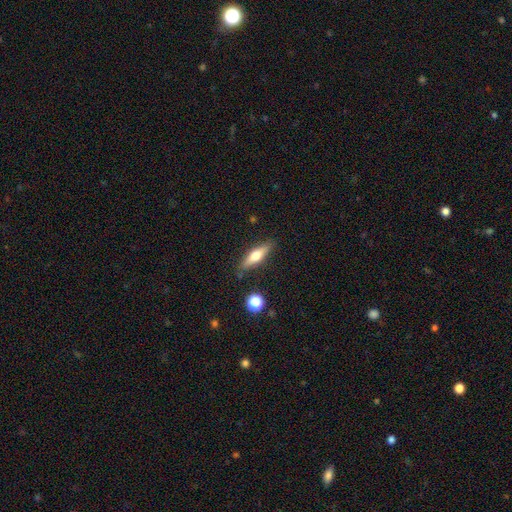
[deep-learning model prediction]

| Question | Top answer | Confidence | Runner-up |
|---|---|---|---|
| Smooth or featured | smooth | 50% | featured or disk (43%) |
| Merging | none | 84% | minor disturbance (10%) |